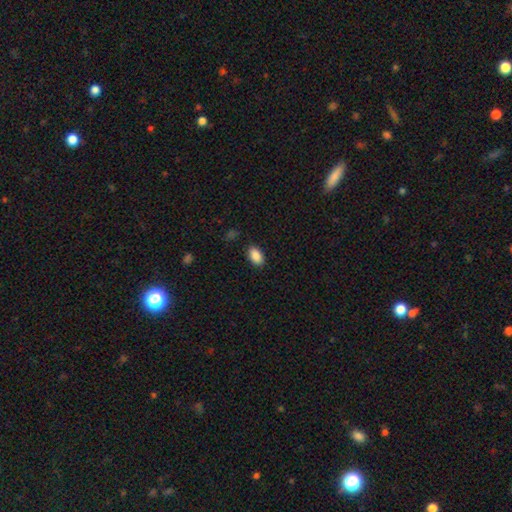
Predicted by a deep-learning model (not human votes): Morphology: type=smooth (89%); roundness=in between (93%); merging=none (88%).